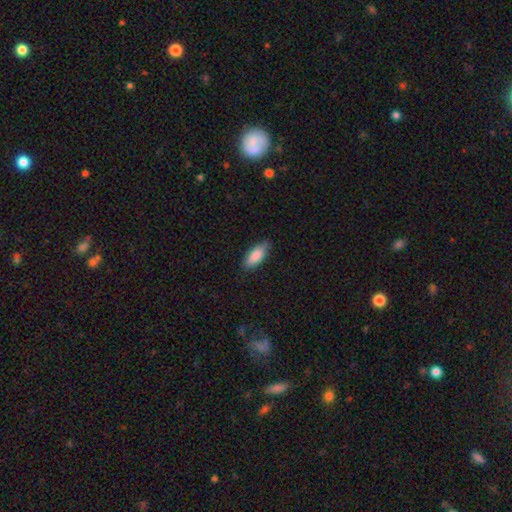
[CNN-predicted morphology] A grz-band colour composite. It shows a smooth galaxy with no disk features (87%) that is in between round and cigar-shaped (78%). Merging: none (83%).